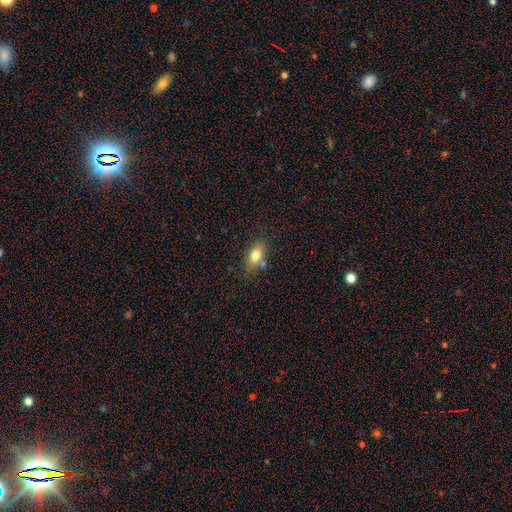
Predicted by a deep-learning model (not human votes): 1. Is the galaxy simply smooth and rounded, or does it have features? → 77% smooth, 15% featured or disk, 8% star or artifact.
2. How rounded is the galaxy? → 84% in between, 9% round, 7% cigar-shaped.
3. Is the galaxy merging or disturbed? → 69% none, 16% minor disturbance, 11% merger, 4% major disturbance.